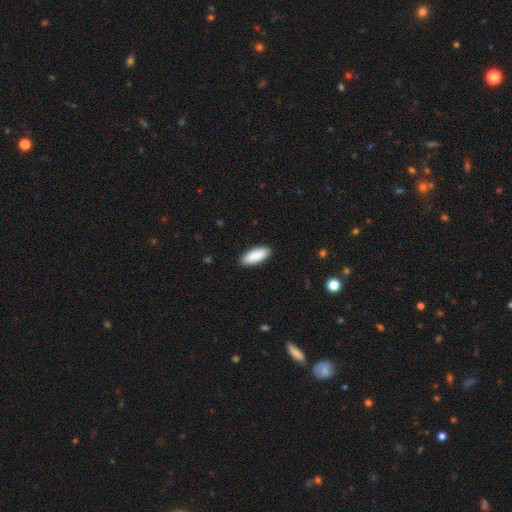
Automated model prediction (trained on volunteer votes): Smooth or featured? Predicted: smooth (p=0.90). How rounded? Predicted: in between (p=0.76). Merging? Predicted: none (p=0.90).